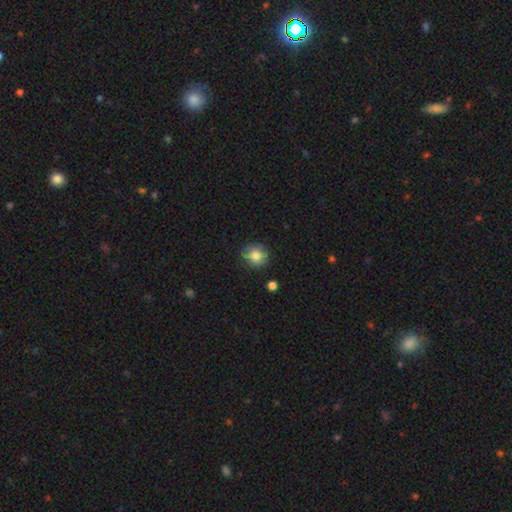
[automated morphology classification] Smooth or featured?
  - smooth: 82% *
  - star or artifact: 9%
  - featured or disk: 9%
How rounded?
  - round: 81% *
  - in between: 18%
  - cigar-shaped: 1%
Merging?
  - none: 79% *
  - minor disturbance: 16%
  - major disturbance: 3%
  - merger: 2%